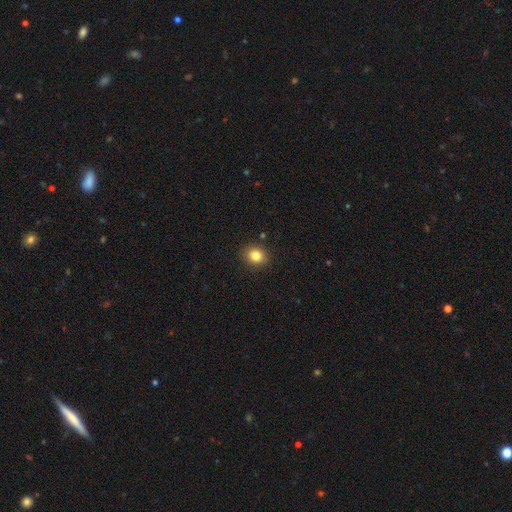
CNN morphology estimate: This is clearly a smooth galaxy (83%). How rounded: likely round (68%). Merging: clearly none (89%).